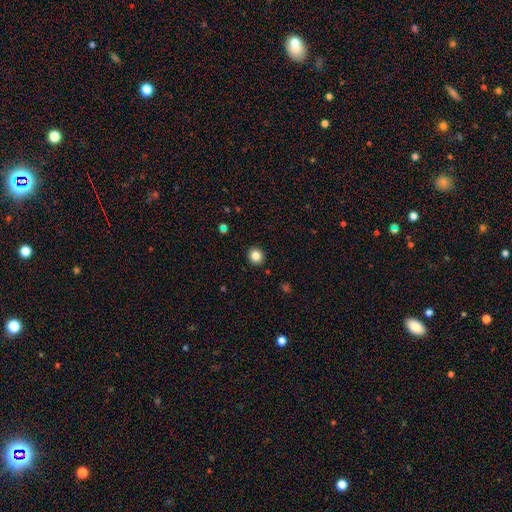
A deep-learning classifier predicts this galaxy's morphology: smooth-or-featured: smooth: 83% | star or artifact: 11% | featured or disk: 6%
  how-rounded: round: 88% | in between: 11% | cigar-shaped: 1%
  merging: none: 92% | minor disturbance: 5% | major disturbance: 2% | merger: 1%